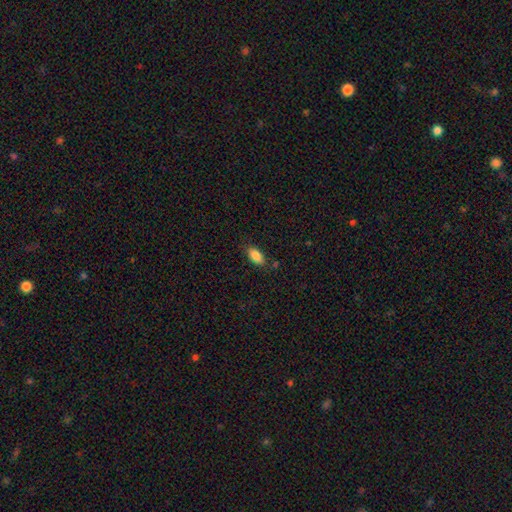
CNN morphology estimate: A smooth galaxy with no disk features (86%) that is in between round and cigar-shaped (91%).

Vote fractions:
- Smooth or featured? smooth: 86% / star or artifact: 8% / featured or disk: 7%
- How rounded? in between: 91% / cigar-shaped: 6% / round: 3%
- Merging? none: 79% / minor disturbance: 15% / major disturbance: 3% / merger: 3%